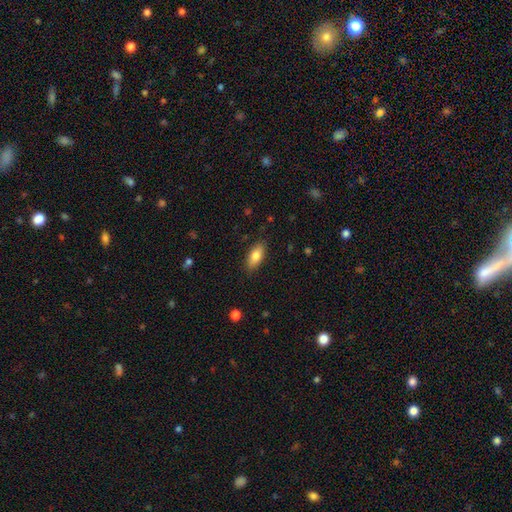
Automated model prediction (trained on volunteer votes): Q: Smooth or featured?
A: smooth (83%); runner-up: featured or disk (11%)
Q: How rounded?
A: in between (86%); runner-up: cigar-shaped (12%)
Q: Merging?
A: none (86%); runner-up: minor disturbance (11%)